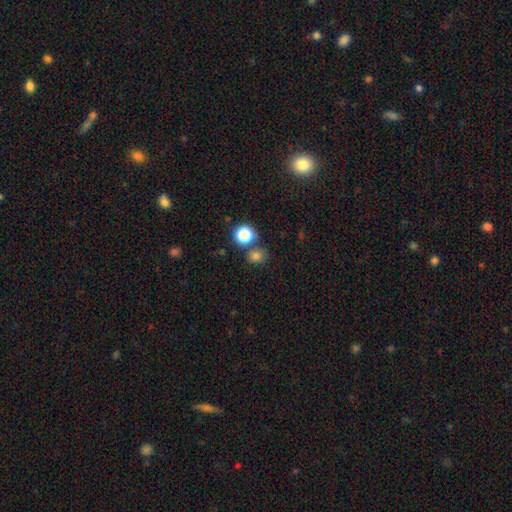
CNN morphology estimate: Smooth or featured?
  - smooth: 76% *
  - star or artifact: 19%
  - featured or disk: 6%
How rounded?
  - round: 77% *
  - in between: 22%
  - cigar-shaped: 1%
Merging?
  - none: 68% *
  - merger: 17%
  - minor disturbance: 11%
  - major disturbance: 4%